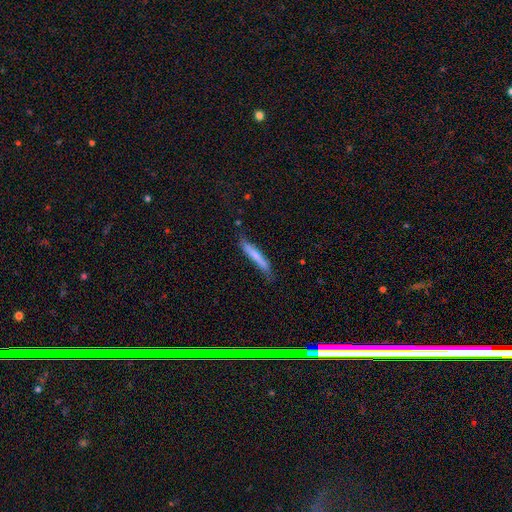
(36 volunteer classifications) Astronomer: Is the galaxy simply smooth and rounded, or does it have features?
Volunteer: smooth — 81%.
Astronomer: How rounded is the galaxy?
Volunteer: cigar-shaped — 97%.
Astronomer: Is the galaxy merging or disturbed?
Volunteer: none — 56% (runner-up: minor disturbance, 33%).